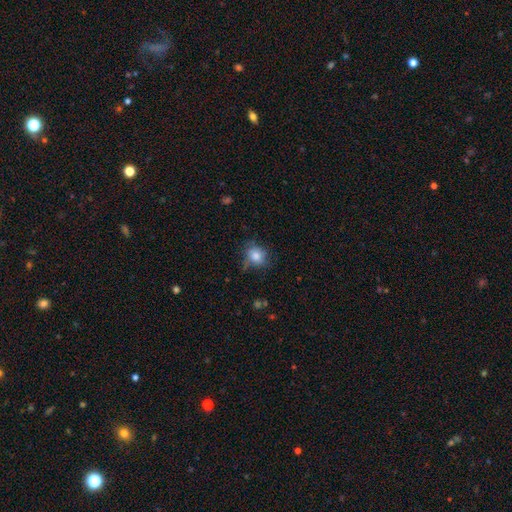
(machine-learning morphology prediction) type=smooth (78%); roundness=round (64%); merging=none (58%).